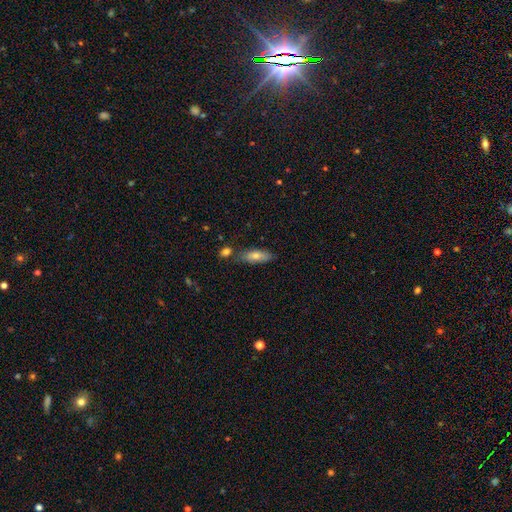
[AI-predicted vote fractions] smooth_or_featured: smooth (p=0.73) [alt: featured or disk p=0.20]
how_rounded: in between (p=0.62) [alt: cigar-shaped p=0.35]
merging: none (p=0.70) [alt: minor disturbance p=0.16]